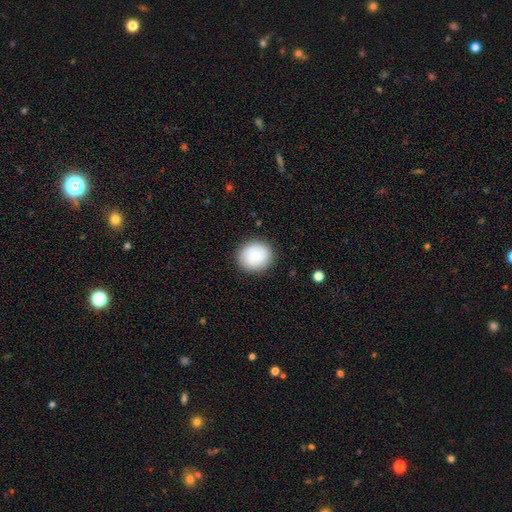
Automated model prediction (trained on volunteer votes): Smooth or featured?
  - smooth: 76% *
  - featured or disk: 18%
  - star or artifact: 7%
How rounded?
  - round: 82% *
  - in between: 17%
  - cigar-shaped: 1%
Merging?
  - none: 88% *
  - minor disturbance: 9%
  - major disturbance: 3%
  - merger: 1%